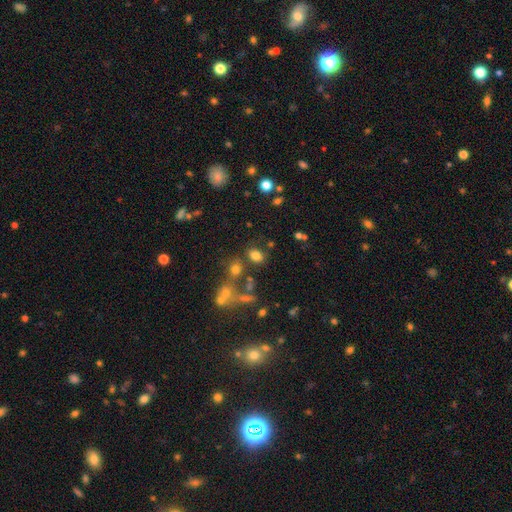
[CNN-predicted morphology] The model was most divided on "how rounded": in between: 69%, round: 29%, cigar-shaped: 2%. More confident: smooth or featured — smooth (75%); merging — none (70%).